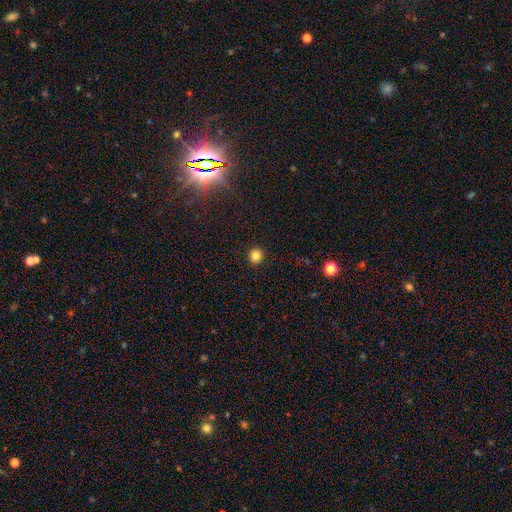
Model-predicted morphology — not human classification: smooth_or_featured: smooth (p=0.83) [alt: star or artifact p=0.12]
how_rounded: round (p=0.91) [alt: in between p=0.08]
merging: none (p=0.93) [alt: minor disturbance p=0.05]